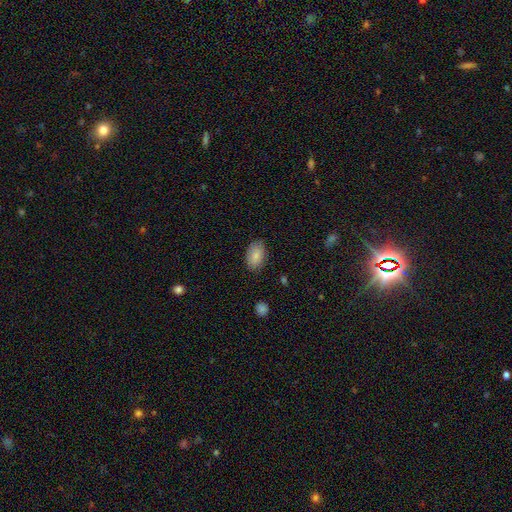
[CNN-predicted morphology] Overall: smooth (84%). How rounded: in between (92%). Merging: none (82%).